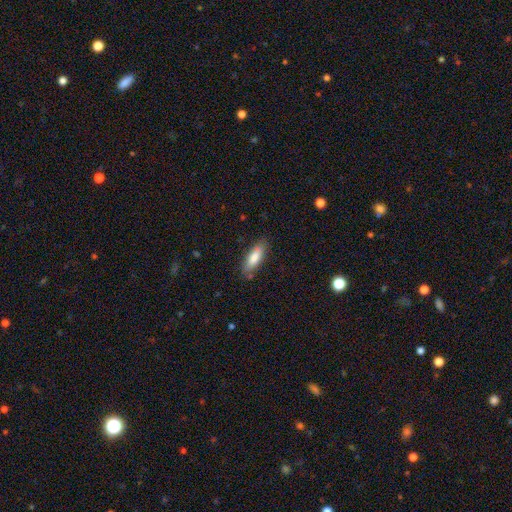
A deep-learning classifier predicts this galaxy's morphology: Smooth or featured: smooth — 80% (featured or disk — 14%)
How rounded: in between — 58% (cigar-shaped — 41%)
Merging: none — 84% (minor disturbance — 12%)